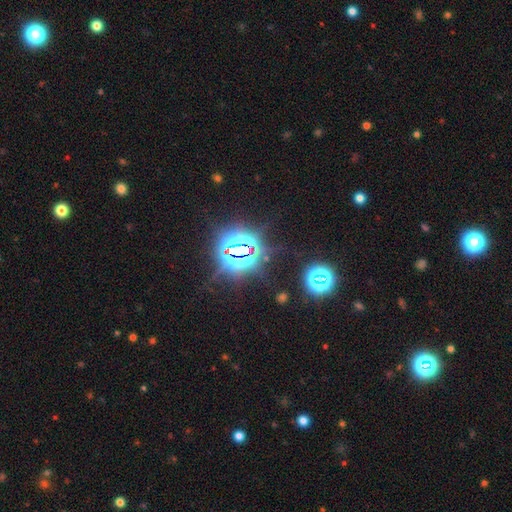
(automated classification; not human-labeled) star or artifact 81%, smooth 12%, featured or disk 7%.